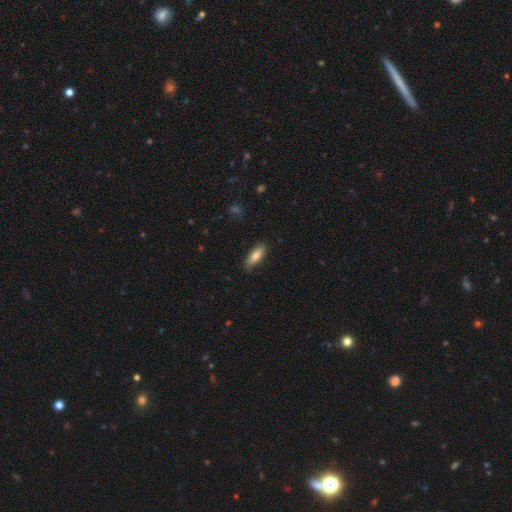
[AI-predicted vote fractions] smooth-or-featured: smooth: 80% | featured or disk: 13% | star or artifact: 6%
  how-rounded: in between: 62% | cigar-shaped: 36% | round: 2%
  merging: none: 86% | minor disturbance: 11% | major disturbance: 2% | merger: 1%